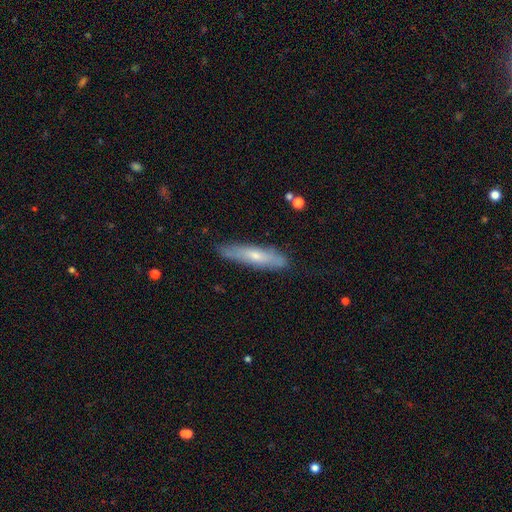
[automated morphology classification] Q: Smooth or featured?
A: smooth (52%); runner-up: featured or disk (41%)
Q: How rounded?
A: cigar-shaped (81%); runner-up: in between (17%)
Q: Merging?
A: none (81%); runner-up: minor disturbance (15%)